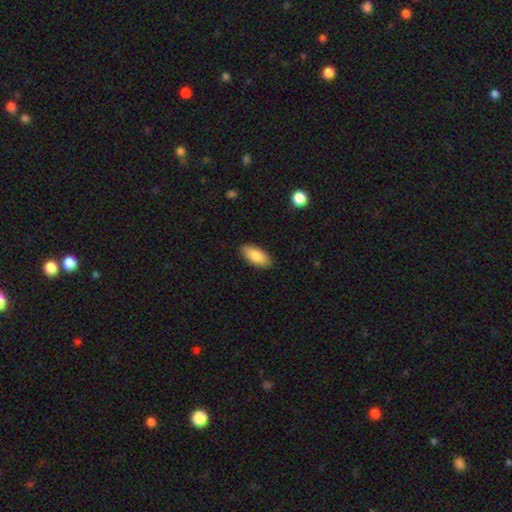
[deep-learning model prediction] Smooth or featured? smooth (83%)
How rounded? in between (88%)
Merging? none (88%)